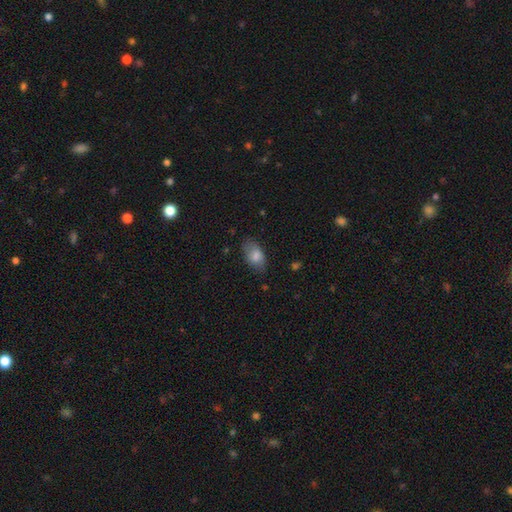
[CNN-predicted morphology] smooth-or-featured: smooth: 81% | featured or disk: 11% | star or artifact: 7%
  how-rounded: in between: 91% | round: 6% | cigar-shaped: 3%
  merging: none: 72% | minor disturbance: 21% | major disturbance: 5% | merger: 2%